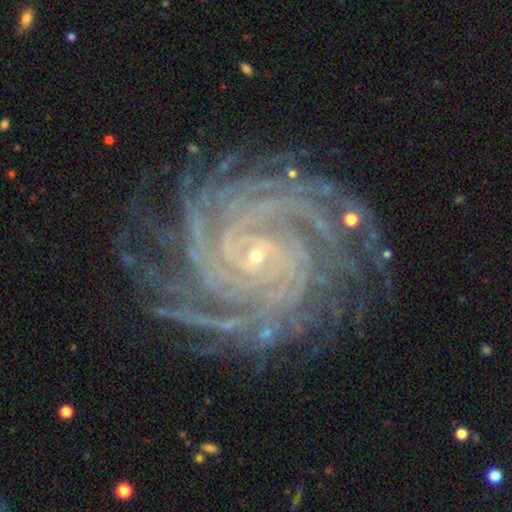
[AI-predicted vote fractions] featured or disk 92%, star or artifact 5%, smooth 2%. Down the decision tree: edge-on disk — no (98%); bar — no (59%); spiral arms — yes (99%); spiral arm count — more than 4 (33%); spiral winding — tight (83%); bulge size — small (88%); merging — none (78%).